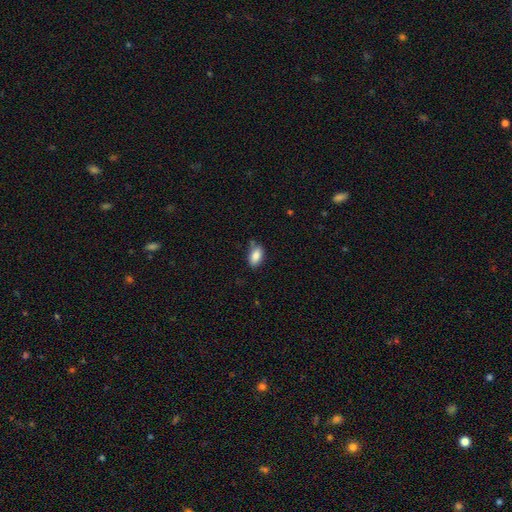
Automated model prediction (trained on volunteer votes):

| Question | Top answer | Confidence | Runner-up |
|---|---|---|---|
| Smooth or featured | smooth | 86% | star or artifact (8%) |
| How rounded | in between | 91% | round (5%) |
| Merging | none | 67% | minor disturbance (24%) |